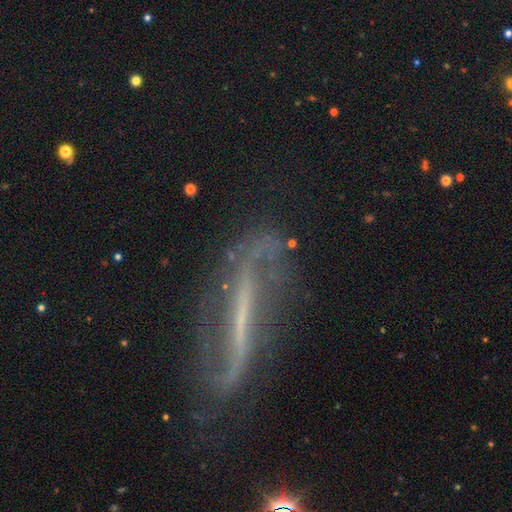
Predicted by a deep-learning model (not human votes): Smooth or featured?
  - featured or disk: 76% *
  - smooth: 13%
  - star or artifact: 11%
Edge-on disk?
  - no: 60% *
  - yes: 40%
Merging?
  - none: 59% *
  - minor disturbance: 22%
  - major disturbance: 16%
  - merger: 4%